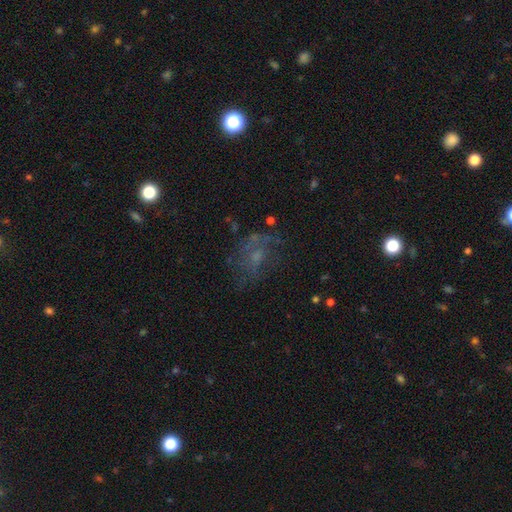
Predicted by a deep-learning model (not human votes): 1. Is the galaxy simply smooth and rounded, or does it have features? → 48% featured or disk, 29% smooth, 23% star or artifact.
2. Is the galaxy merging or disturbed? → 52% none, 25% major disturbance, 20% minor disturbance, 3% merger.